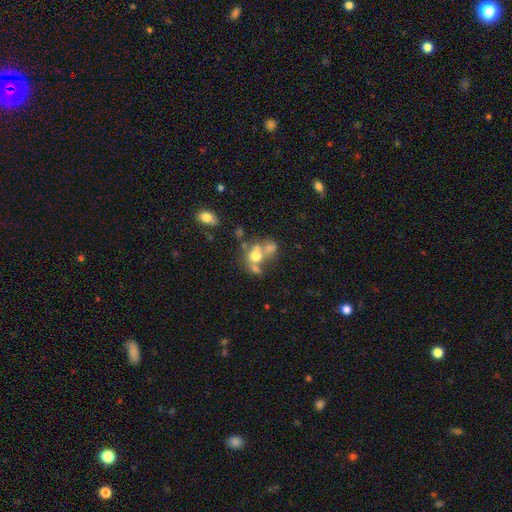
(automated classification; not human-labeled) Smooth or featured: smooth — 57% (featured or disk — 28%)
How rounded: round — 59% (in between — 40%)
Merging: merger — 50% (none — 31%)